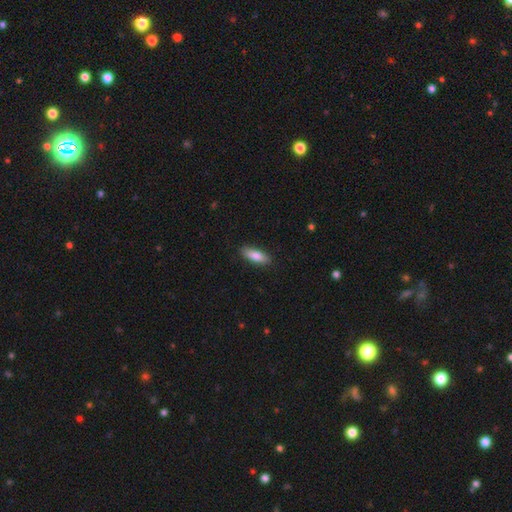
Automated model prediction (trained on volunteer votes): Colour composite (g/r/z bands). It shows a smooth galaxy with no disk features (83%) that is in between round and cigar-shaped (66%). Merging: none (87%).